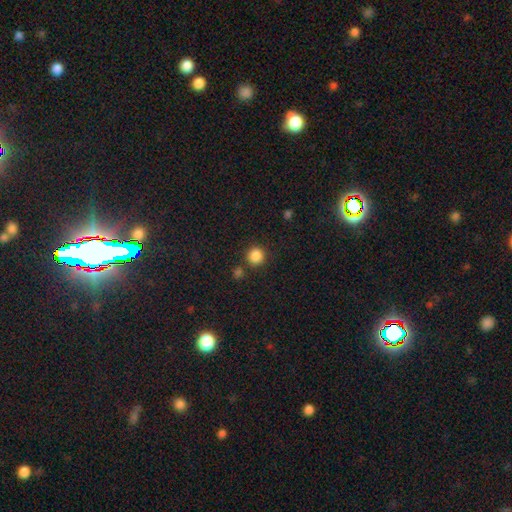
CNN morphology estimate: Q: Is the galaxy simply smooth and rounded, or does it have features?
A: smooth — 86%.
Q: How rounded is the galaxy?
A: round — 93%.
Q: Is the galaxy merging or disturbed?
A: none — 84%.